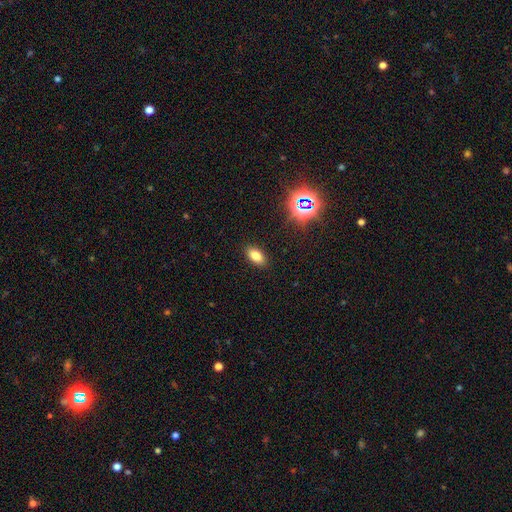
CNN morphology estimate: Smooth or featured? Predicted: smooth (p=0.79). How rounded? Predicted: in between (p=0.89). Merging? Predicted: none (p=0.89).